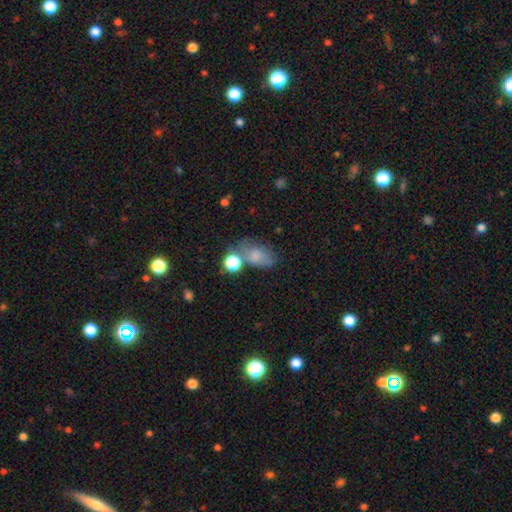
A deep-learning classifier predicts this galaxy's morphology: Smooth or featured?
  - smooth: 72% *
  - featured or disk: 15%
  - star or artifact: 13%
How rounded?
  - in between: 80% *
  - round: 19%
  - cigar-shaped: 2%
Merging?
  - none: 42% *
  - minor disturbance: 24%
  - merger: 19%
  - major disturbance: 16%